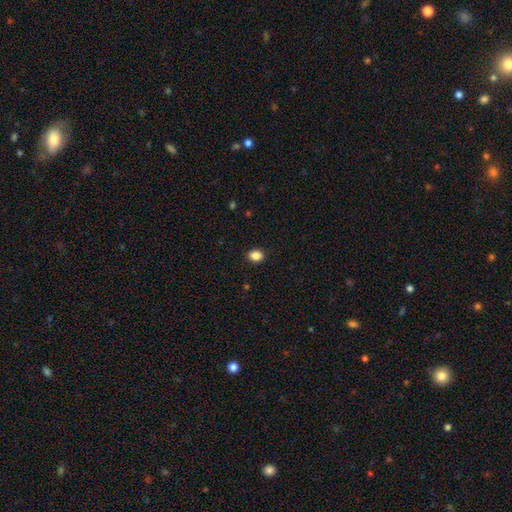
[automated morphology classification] This appears to be a smooth galaxy with no disk features (87%) that is in between round and cigar-shaped (52%). Merging: none (89%).